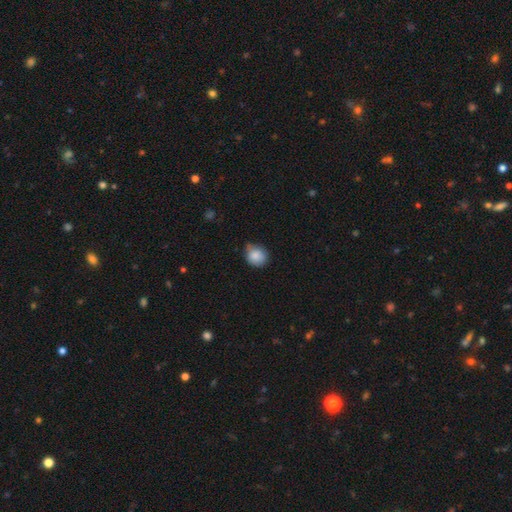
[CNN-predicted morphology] type=smooth (86%); roundness=round (77%); merging=none (58%).